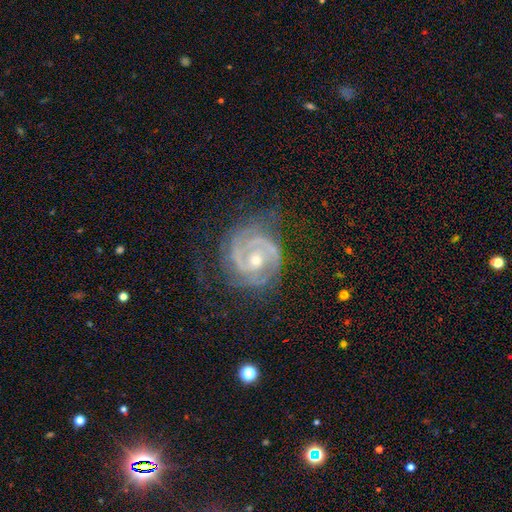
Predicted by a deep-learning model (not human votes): Smooth or featured: featured or disk — 89% (star or artifact — 6%)
Edge-on disk: no — 98% (yes — 2%)
Bar: no — 57% (weak — 31%)
Spiral arms: yes — 97% (no — 3%)
Spiral winding: tight — 69% (medium — 26%)
Spiral arm count: 2 — 56% (3 — 17%)
Bulge size: moderate — 55% (small — 42%)
Merging: none — 68% (minor disturbance — 20%)